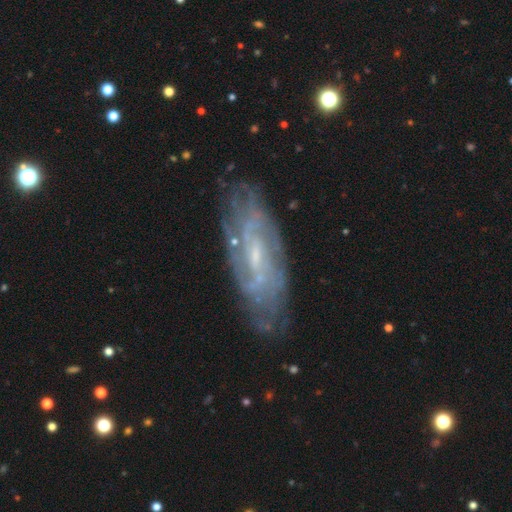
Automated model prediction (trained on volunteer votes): smooth-or-featured: featured or disk: 80% | smooth: 12% | star or artifact: 8%
  disk-edge-on: no: 86% | yes: 14%
    bar: weak: 49% | no: 33% | strong: 18%
    has-spiral-arms: yes: 88% | no: 12%
      spiral-winding: tight: 56% | medium: 31% | loose: 13%
      spiral-arm-count: can't tell: 52% | 2: 22% | 3: 8% | 4: 7% | more than 4: 5% | 1: 5%
    bulge-size: small: 69% | moderate: 20% | none: 9% | large: 1% | dominant: 1%
  merging: none: 79% | minor disturbance: 15% | major disturbance: 5% | merger: 2%